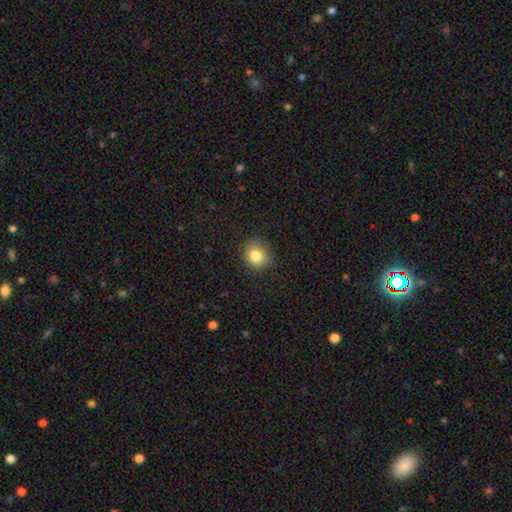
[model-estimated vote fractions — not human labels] Q: Smooth or featured?
A: smooth (82%); runner-up: star or artifact (11%)
Q: How rounded?
A: round (79%); runner-up: in between (20%)
Q: Merging?
A: none (81%); runner-up: minor disturbance (15%)